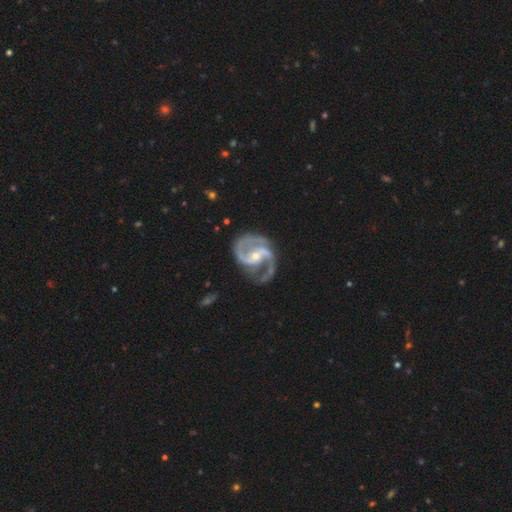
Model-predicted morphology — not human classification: A featured or disk galaxy (93%) with no bar (39%), 2 (88%) medium (65%) spiral arms (98%) and a small central bulge (59%).

Vote fractions:
- Smooth or featured? featured or disk: 93% / star or artifact: 4% / smooth: 3%
- Edge-on disk? no: 98% / yes: 2%
- Bar? no: 39% / weak: 37% / strong: 24%
- Spiral arms? yes: 98% / no: 2%
- Spiral winding? medium: 65% / tight: 18% / loose: 17%
- Spiral arm count? 2: 88% / 3: 6% / can't tell: 2% / 1: 2% / 4: 1% / more than 4: 1%
- Bulge size? small: 59% / moderate: 38% / large: 1% / none: 1% / dominant: 1%
- Merging? none: 68% / minor disturbance: 19% / major disturbance: 11% / merger: 2%